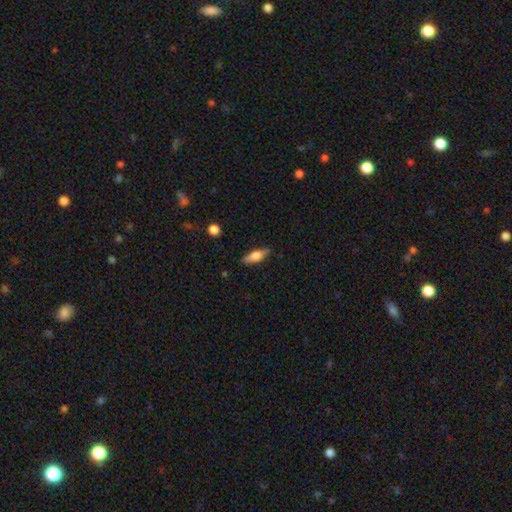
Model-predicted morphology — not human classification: type=smooth (58%); roundness=in between (54%); merging=none (82%).